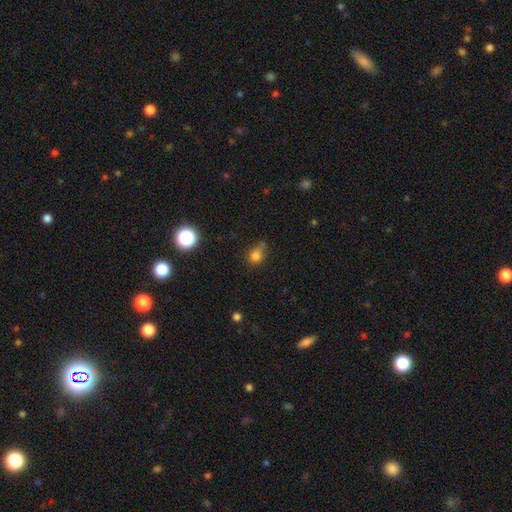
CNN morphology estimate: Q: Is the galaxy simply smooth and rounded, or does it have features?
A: smooth — 77%.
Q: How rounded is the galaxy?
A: round — 64%.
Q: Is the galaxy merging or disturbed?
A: none — 48%.